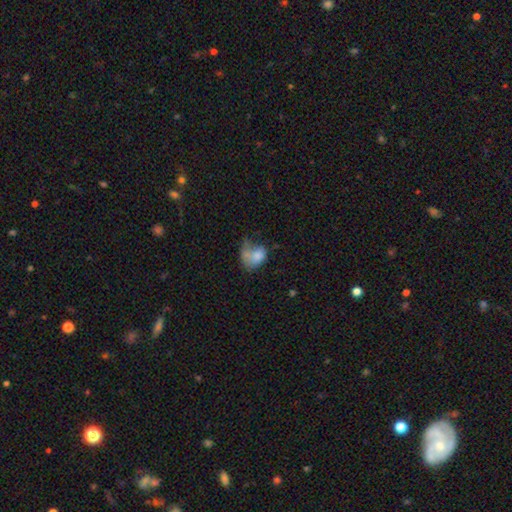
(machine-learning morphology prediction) smooth-or-featured: smooth: 69% | featured or disk: 22% | star or artifact: 9%
  how-rounded: in between: 67% | round: 32% | cigar-shaped: 1%
  merging: major disturbance: 37% | merger: 24% | none: 20% | minor disturbance: 19%